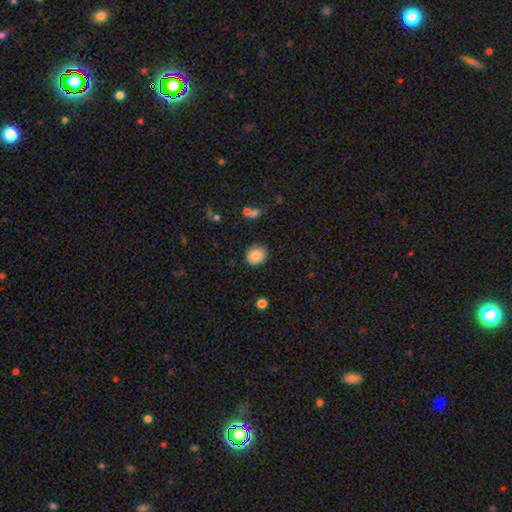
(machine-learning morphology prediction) Smooth or featured? Predicted: smooth (p=0.86). How rounded? Predicted: round (p=0.68). Merging? Predicted: none (p=0.86).